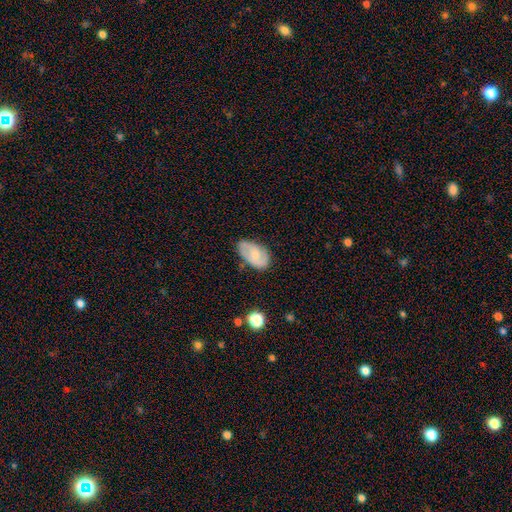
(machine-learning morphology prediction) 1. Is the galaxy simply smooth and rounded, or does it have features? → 49% smooth, 44% featured or disk, 7% star or artifact.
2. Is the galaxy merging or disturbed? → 67% none, 25% minor disturbance, 6% major disturbance, 2% merger.